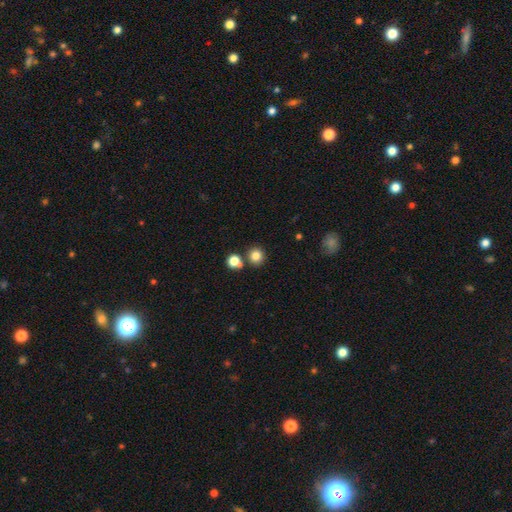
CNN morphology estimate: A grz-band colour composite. It shows a smooth galaxy with no disk features (81%) that is round (88%). Merging: none (75%).